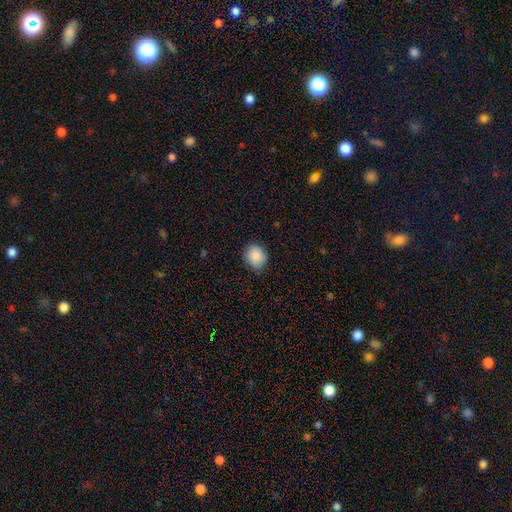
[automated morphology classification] A smooth galaxy with no disk features (89%) that is round (65%). Merging: none (82%).